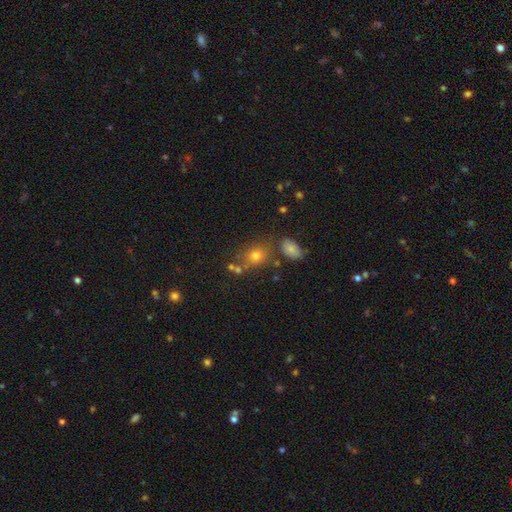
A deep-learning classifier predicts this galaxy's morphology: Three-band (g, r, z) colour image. It shows a smooth galaxy with no disk features (68%) that is round (55%). Merging: none (63%).